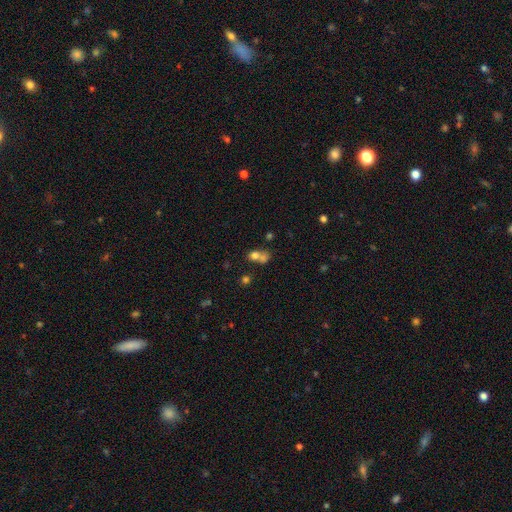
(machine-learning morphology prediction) Q: Smooth or featured?
A: smooth (70%); runner-up: featured or disk (15%)
Q: How rounded?
A: round (62%); runner-up: in between (37%)
Q: Merging?
A: merger (59%); runner-up: none (30%)